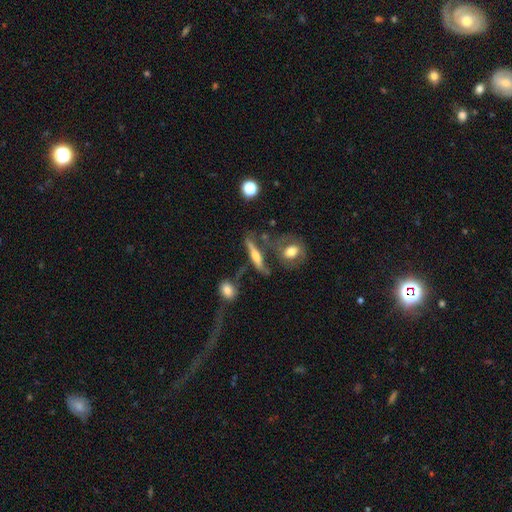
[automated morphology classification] type=featured or disk (58%); edge-on=yes (85%); merging=none (56%).